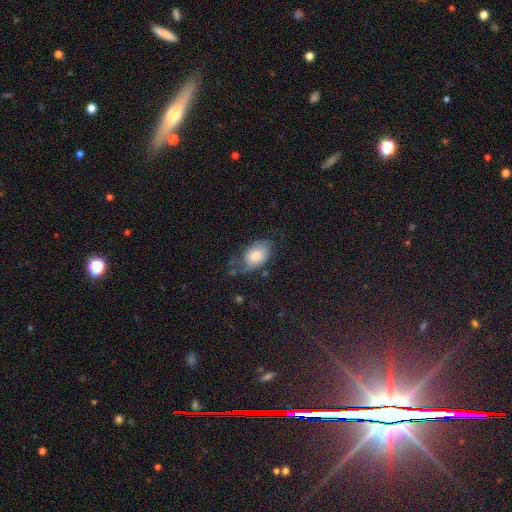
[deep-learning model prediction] This appears to be a smooth galaxy with no disk features (57%) that is in between round and cigar-shaped (88%). Merging: none (44%).